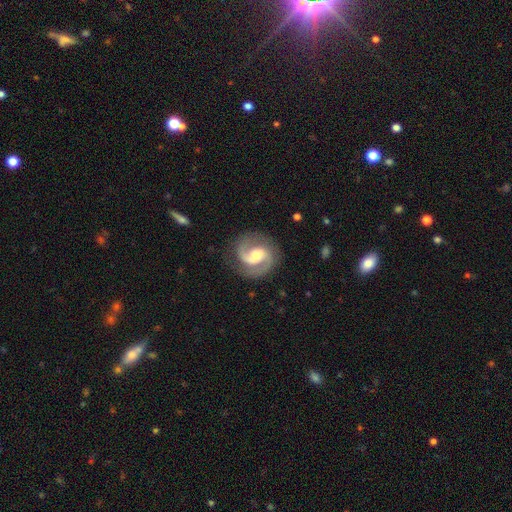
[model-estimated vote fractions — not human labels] Smooth or featured: featured or disk — 89% (smooth — 7%)
Edge-on disk: no — 98% (yes — 2%)
Bar: weak — 49% (no — 35%)
Spiral arms: yes — 98% (no — 2%)
Spiral winding: medium — 58% (tight — 25%)
Spiral arm count: 2 — 91% (1 — 3%)
Bulge size: moderate — 64% (small — 19%)
Merging: none — 82% (minor disturbance — 12%)